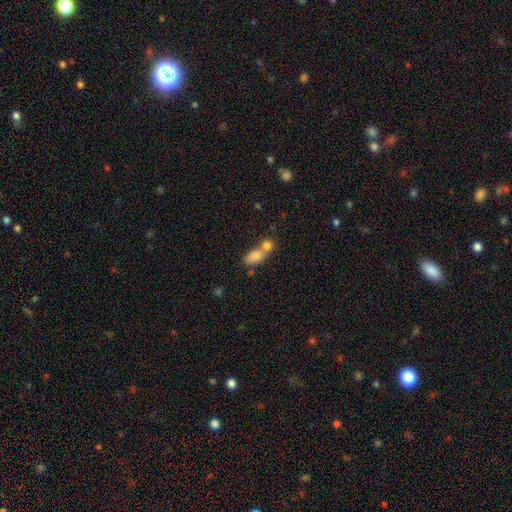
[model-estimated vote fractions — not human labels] Smooth or featured: smooth — 79% (featured or disk — 12%)
How rounded: in between — 78% (round — 13%)
Merging: merger — 59% (none — 29%)